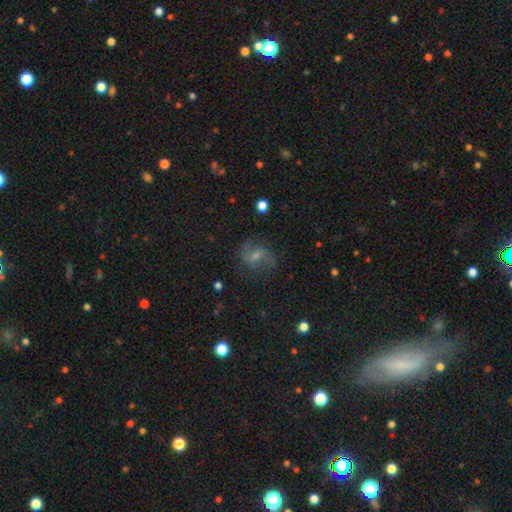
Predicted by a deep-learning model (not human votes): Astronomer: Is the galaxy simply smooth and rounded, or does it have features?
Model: featured or disk — 63%.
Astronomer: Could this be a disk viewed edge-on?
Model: no — 97%.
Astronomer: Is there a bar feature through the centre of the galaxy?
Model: weak — 55%.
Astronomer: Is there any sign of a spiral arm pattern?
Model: yes — 88%.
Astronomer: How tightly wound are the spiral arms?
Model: medium — 49% (runner-up: loose, 36%).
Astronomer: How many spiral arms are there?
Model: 2 — 81%.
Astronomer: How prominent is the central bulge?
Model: moderate — 39% (runner-up: small, 38%).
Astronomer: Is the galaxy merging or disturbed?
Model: none — 67%.